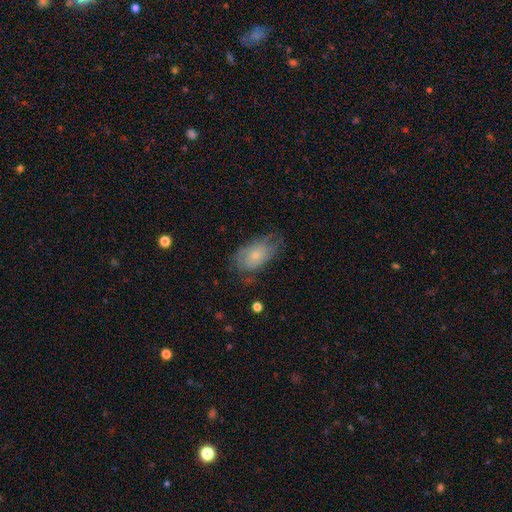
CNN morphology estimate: Q: Smooth or featured?
A: smooth (51%); runner-up: featured or disk (42%)
Q: How rounded?
A: in between (89%); runner-up: round (9%)
Q: Merging?
A: none (50%); runner-up: minor disturbance (30%)